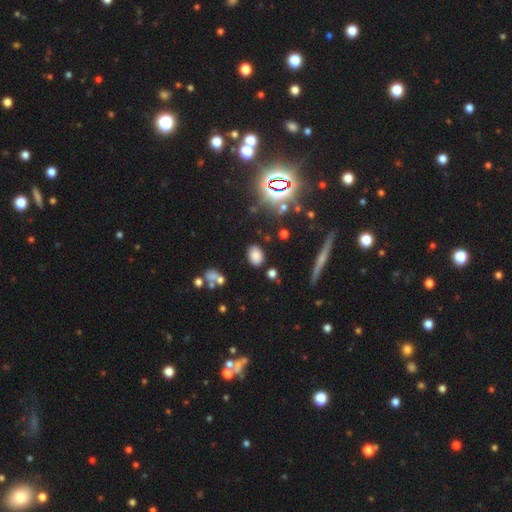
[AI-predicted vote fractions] Q: Smooth or featured?
A: smooth (76%); runner-up: star or artifact (16%)
Q: How rounded?
A: in between (78%); runner-up: round (21%)
Q: Merging?
A: none (83%); runner-up: minor disturbance (10%)